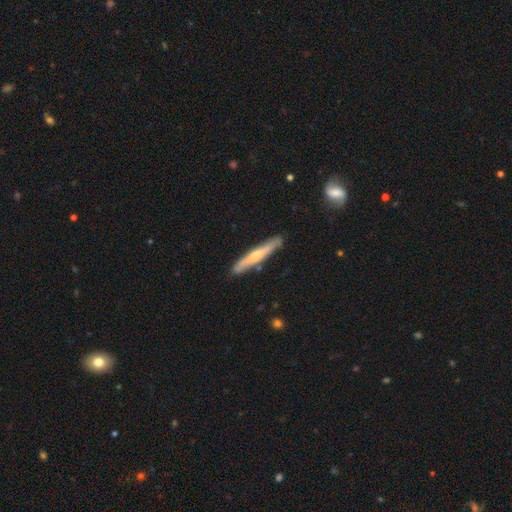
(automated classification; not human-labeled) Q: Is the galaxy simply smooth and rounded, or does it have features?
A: smooth — 49%.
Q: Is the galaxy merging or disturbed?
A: none — 86%.